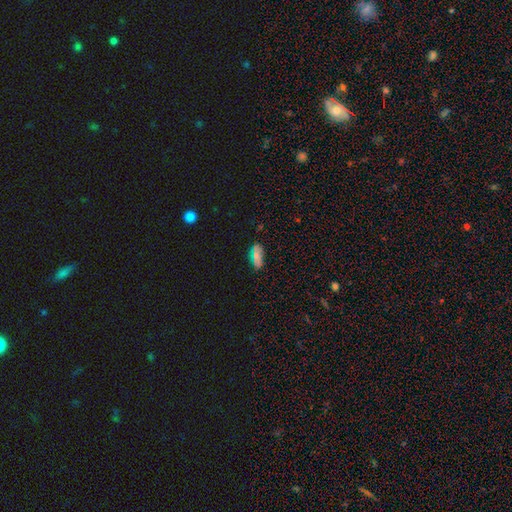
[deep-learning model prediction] A smooth galaxy with no disk features (64%) that is in between round and cigar-shaped (85%).

Vote fractions:
- Smooth or featured? smooth: 64% / star or artifact: 23% / featured or disk: 14%
- How rounded? in between: 85% / cigar-shaped: 10% / round: 5%
- Merging? none: 81% / minor disturbance: 13% / major disturbance: 3% / merger: 2%